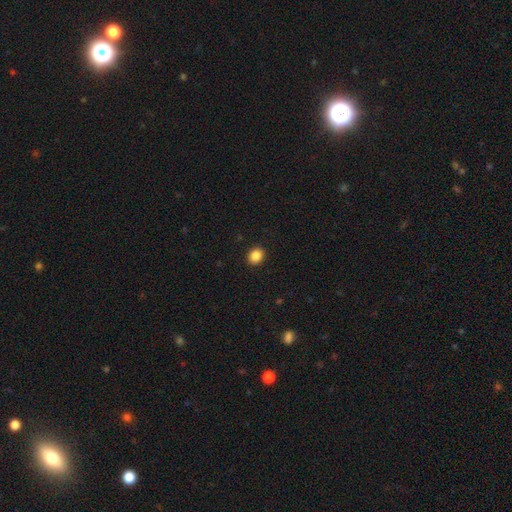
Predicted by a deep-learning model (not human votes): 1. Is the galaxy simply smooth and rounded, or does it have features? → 87% smooth, 10% star or artifact, 3% featured or disk.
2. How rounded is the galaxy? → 65% round, 34% in between, 1% cigar-shaped.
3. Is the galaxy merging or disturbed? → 92% none, 5% minor disturbance, 2% major disturbance, 1% merger.